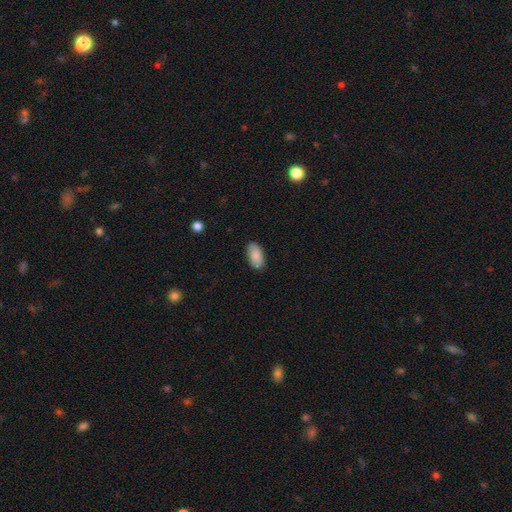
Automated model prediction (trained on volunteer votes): Q: Smooth or featured?
A: smooth (88%); runner-up: star or artifact (6%)
Q: How rounded?
A: in between (94%); runner-up: cigar-shaped (4%)
Q: Merging?
A: none (86%); runner-up: minor disturbance (11%)